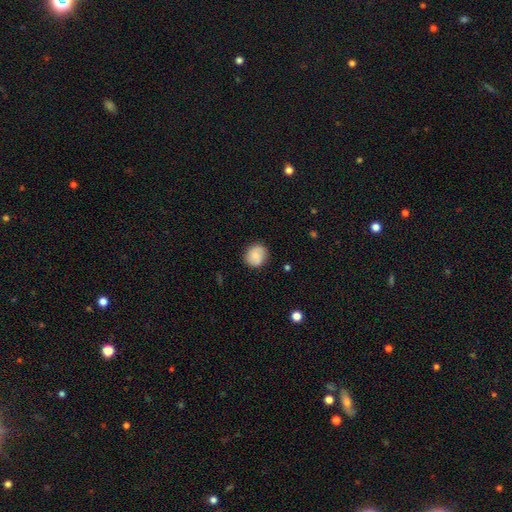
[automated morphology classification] The model was most divided on "smooth or featured": smooth: 76%, featured or disk: 17%, star or artifact: 8%. More confident: merging — none (84%); how rounded — round (82%).